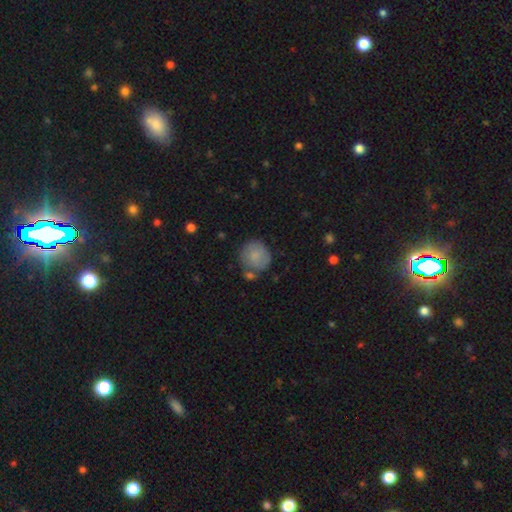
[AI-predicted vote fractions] This appears to be a smooth galaxy with no disk features (78%) that is round (89%). Merging: none (63%).